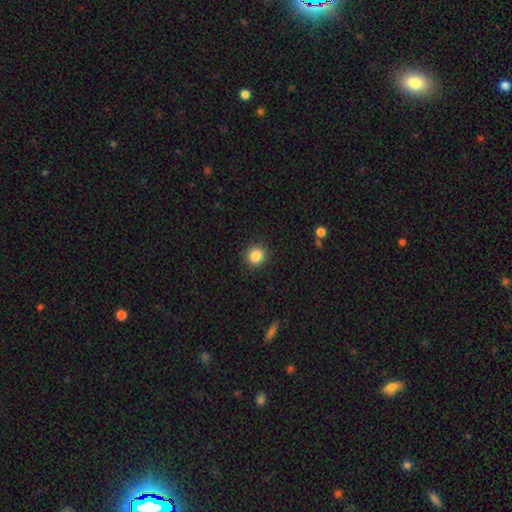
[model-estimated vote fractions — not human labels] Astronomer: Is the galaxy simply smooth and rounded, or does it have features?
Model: smooth — 86%.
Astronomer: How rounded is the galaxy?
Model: round — 87%.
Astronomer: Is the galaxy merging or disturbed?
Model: none — 91%.